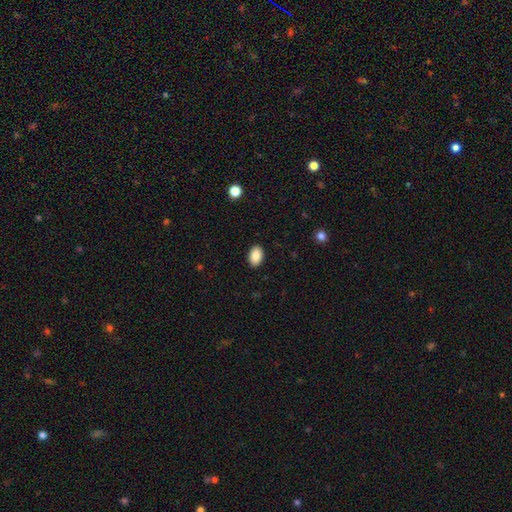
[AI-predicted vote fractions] A smooth galaxy with no disk features (89%) that is in between round and cigar-shaped (89%).

Vote fractions:
- Smooth or featured? smooth: 89% / star or artifact: 8% / featured or disk: 4%
- How rounded? in between: 89% / round: 9% / cigar-shaped: 1%
- Merging? none: 90% / minor disturbance: 7% / major disturbance: 2% / merger: 1%